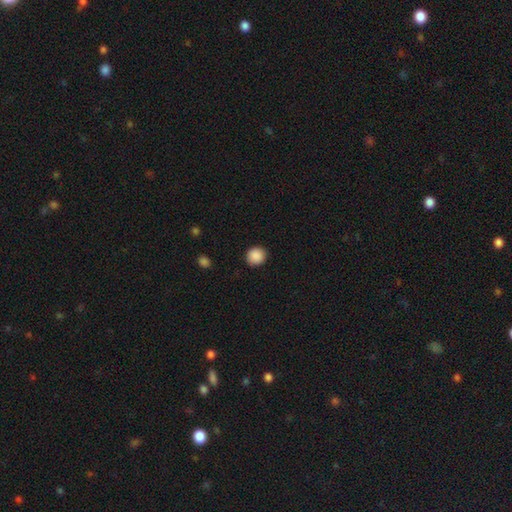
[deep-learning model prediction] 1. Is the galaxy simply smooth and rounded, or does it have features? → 89% smooth, 9% star or artifact, 2% featured or disk.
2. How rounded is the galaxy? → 89% round, 10% in between, 1% cigar-shaped.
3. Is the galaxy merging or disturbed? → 90% none, 7% minor disturbance, 2% major disturbance, 1% merger.